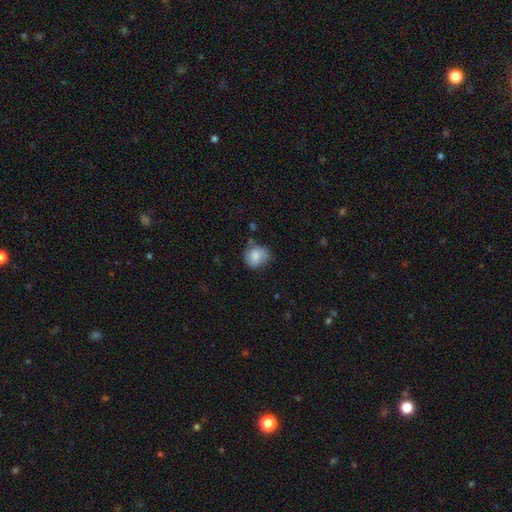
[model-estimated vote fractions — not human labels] smooth-or-featured: smooth: 79% | featured or disk: 13% | star or artifact: 8%
  how-rounded: round: 75% | in between: 24% | cigar-shaped: 1%
  merging: none: 60% | minor disturbance: 28% | major disturbance: 7% | merger: 5%